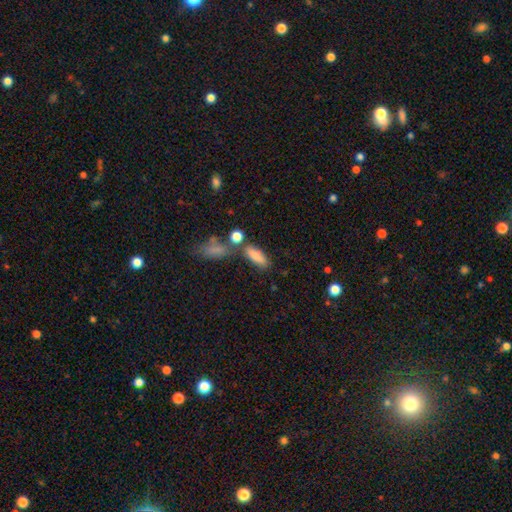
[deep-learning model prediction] smooth-or-featured: smooth: 82% | featured or disk: 9% | star or artifact: 9%
  how-rounded: in between: 58% | cigar-shaped: 38% | round: 5%
  merging: none: 59% | merger: 20% | minor disturbance: 14% | major disturbance: 6%